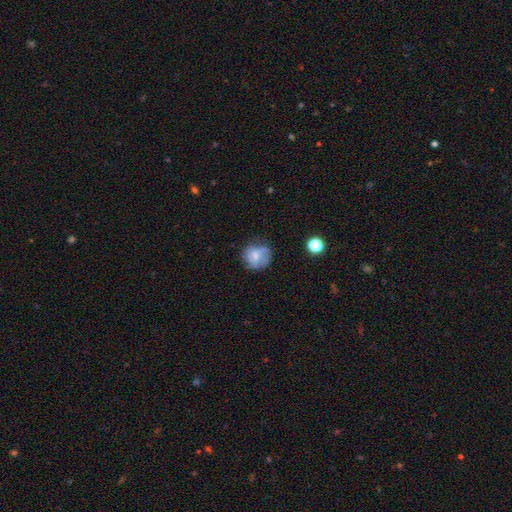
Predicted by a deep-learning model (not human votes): The model was most divided on "merging": none: 57%, minor disturbance: 26%, major disturbance: 12%, merger: 5%. More confident: how rounded — round (80%); smooth or featured — smooth (62%).